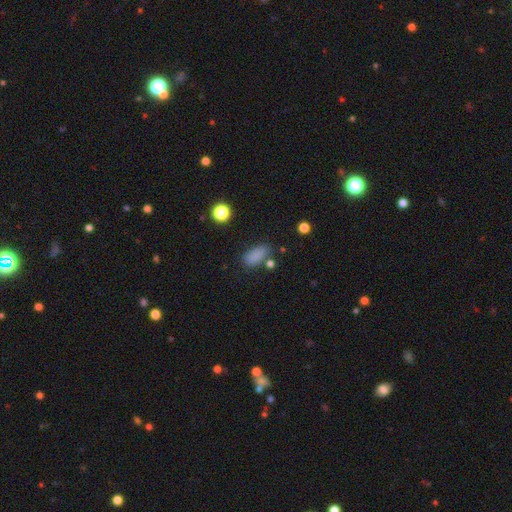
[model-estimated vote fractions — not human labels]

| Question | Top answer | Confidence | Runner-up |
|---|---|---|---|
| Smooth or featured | smooth | 82% | star or artifact (12%) |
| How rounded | in between | 87% | cigar-shaped (7%) |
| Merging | none | 70% | minor disturbance (18%) |